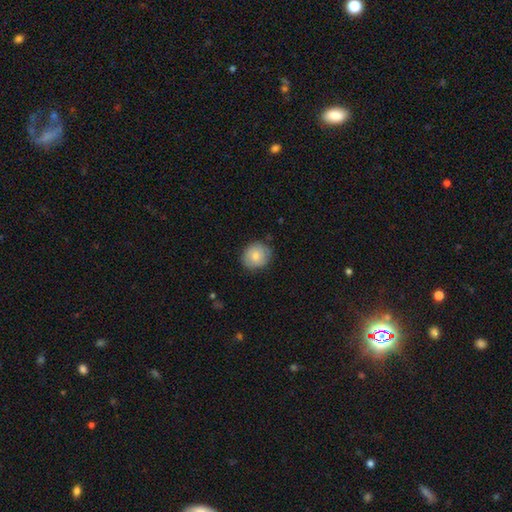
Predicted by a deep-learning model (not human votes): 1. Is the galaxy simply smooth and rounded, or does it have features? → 76% smooth, 17% featured or disk, 7% star or artifact.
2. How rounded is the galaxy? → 81% round, 18% in between, 1% cigar-shaped.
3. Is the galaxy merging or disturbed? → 81% none, 15% minor disturbance, 3% major disturbance, 1% merger.